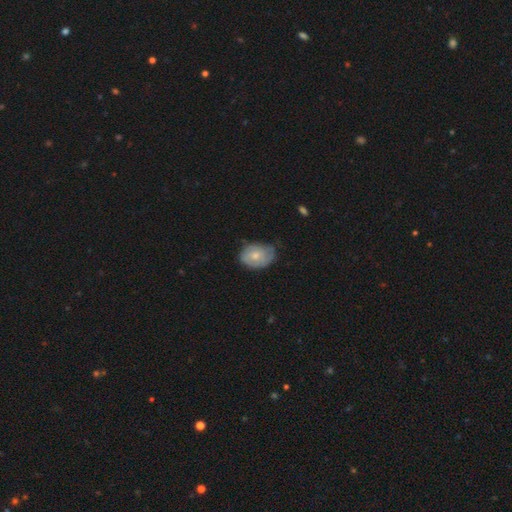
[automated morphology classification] This appears to be a smooth galaxy with no disk features (56%) that is in between round and cigar-shaped (77%). Merging: none (52%).